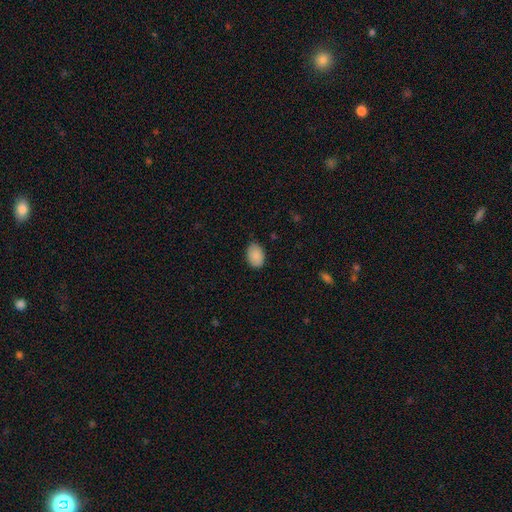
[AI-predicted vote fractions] A smooth galaxy with no disk features (89%) that is in between round and cigar-shaped (87%).

Vote fractions:
- Smooth or featured? smooth: 89% / star or artifact: 7% / featured or disk: 4%
- How rounded? in between: 87% / round: 12% / cigar-shaped: 1%
- Merging? none: 81% / minor disturbance: 15% / major disturbance: 3% / merger: 1%